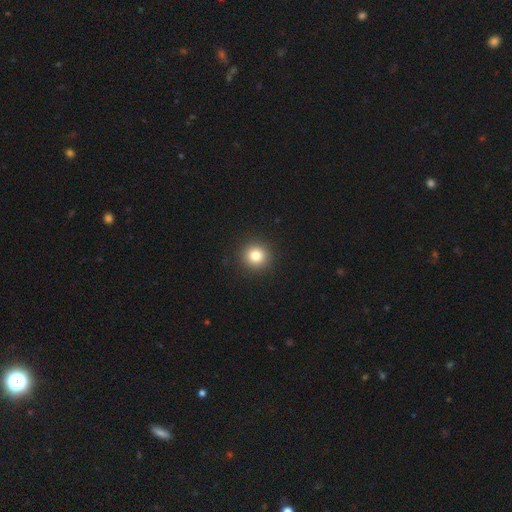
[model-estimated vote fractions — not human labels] Q: Smooth or featured?
A: smooth (81%); runner-up: star or artifact (12%)
Q: How rounded?
A: round (93%); runner-up: in between (6%)
Q: Merging?
A: none (93%); runner-up: minor disturbance (5%)